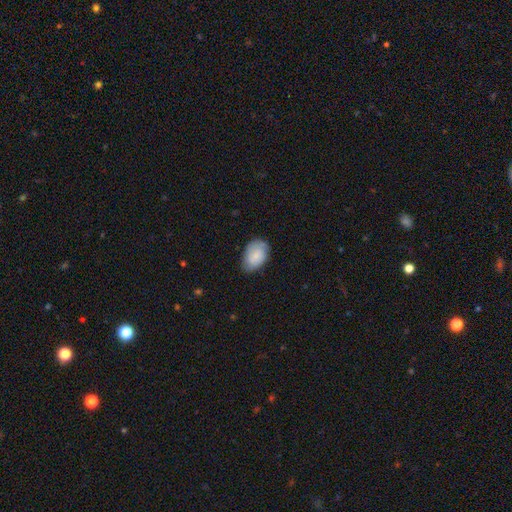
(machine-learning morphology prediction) Smooth or featured: smooth — 74% (featured or disk — 19%)
How rounded: in between — 87% (round — 12%)
Merging: none — 69% (minor disturbance — 25%)